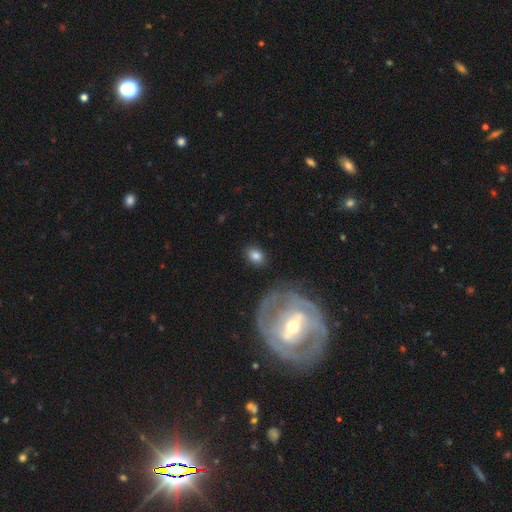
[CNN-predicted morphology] Overall: smooth (78%). How rounded: in between (62%; round 36%). Merging: none (82%).